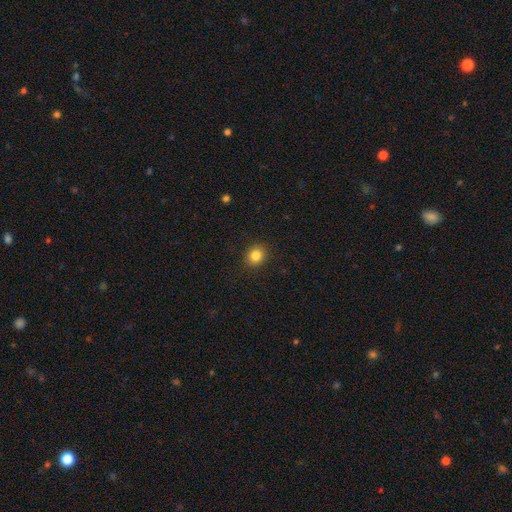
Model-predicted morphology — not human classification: Q: Smooth or featured?
A: smooth (84%); runner-up: star or artifact (11%)
Q: How rounded?
A: round (75%); runner-up: in between (24%)
Q: Merging?
A: none (90%); runner-up: minor disturbance (7%)